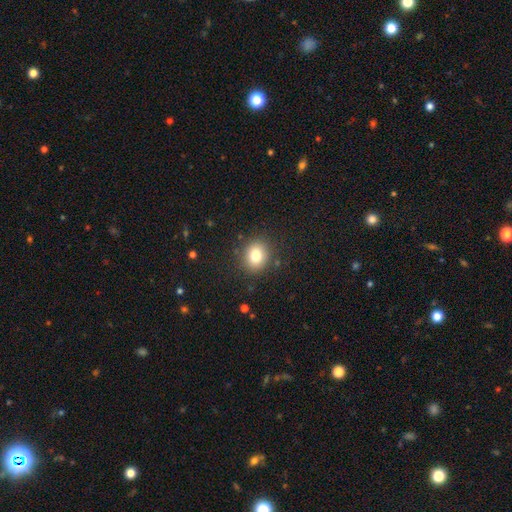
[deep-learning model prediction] This is likely a smooth galaxy (80%). How rounded: likely round (69%). Merging: clearly none (87%).